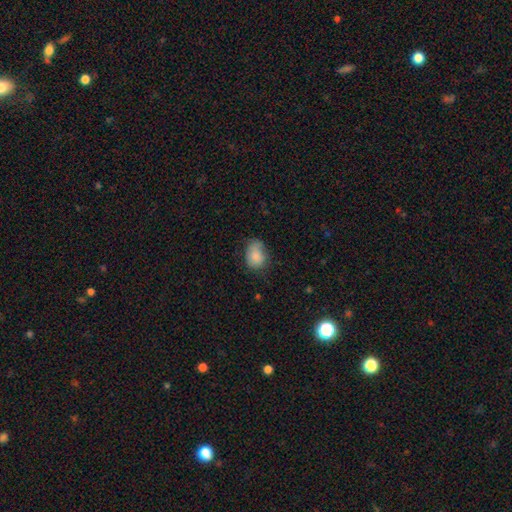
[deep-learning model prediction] Smooth or featured: smooth — 83% (star or artifact — 8%)
How rounded: in between — 73% (round — 25%)
Merging: none — 55% (minor disturbance — 33%)